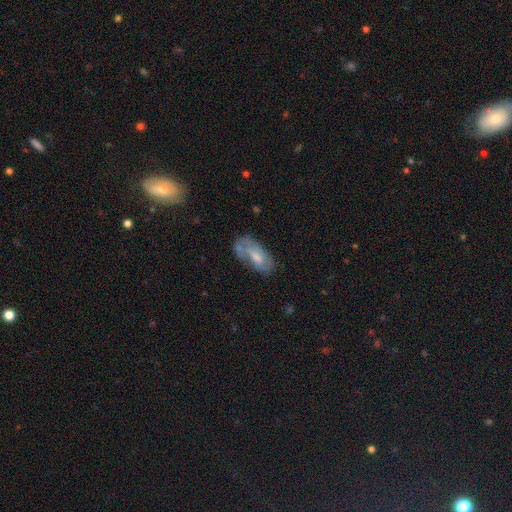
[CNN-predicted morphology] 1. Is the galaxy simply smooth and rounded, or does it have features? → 52% smooth, 40% featured or disk, 7% star or artifact.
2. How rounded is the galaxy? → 87% in between, 11% cigar-shaped, 3% round.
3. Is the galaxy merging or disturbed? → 49% none, 29% minor disturbance, 16% major disturbance, 7% merger.